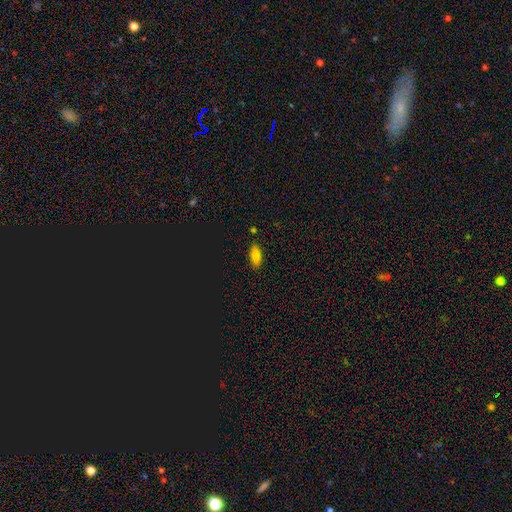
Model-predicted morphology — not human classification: A smooth galaxy with no disk features (81%) that is in between round and cigar-shaped (85%).

Vote fractions:
- Smooth or featured? smooth: 81% / star or artifact: 12% / featured or disk: 8%
- How rounded? in between: 85% / cigar-shaped: 12% / round: 3%
- Merging? none: 84% / minor disturbance: 11% / merger: 3% / major disturbance: 2%